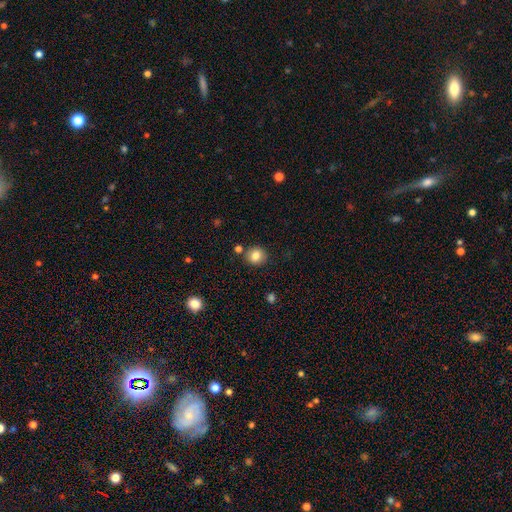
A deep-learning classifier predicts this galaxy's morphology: Smooth or featured? smooth (82%)
How rounded? round (87%)
Merging? none (84%)